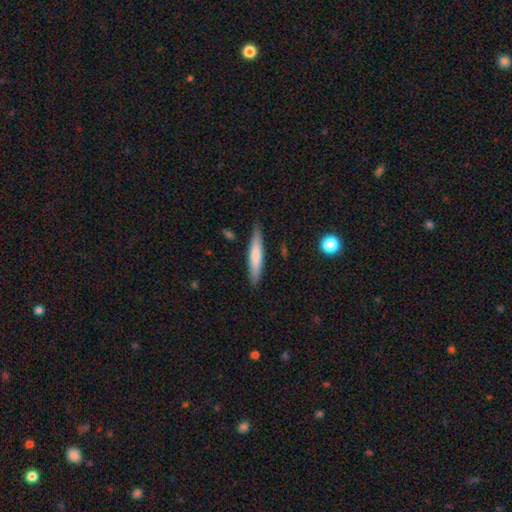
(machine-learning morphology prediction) smooth-or-featured: smooth: 70% | featured or disk: 24% | star or artifact: 6%
  how-rounded: cigar-shaped: 89% | in between: 9% | round: 1%
  merging: none: 87% | minor disturbance: 10% | major disturbance: 2% | merger: 1%